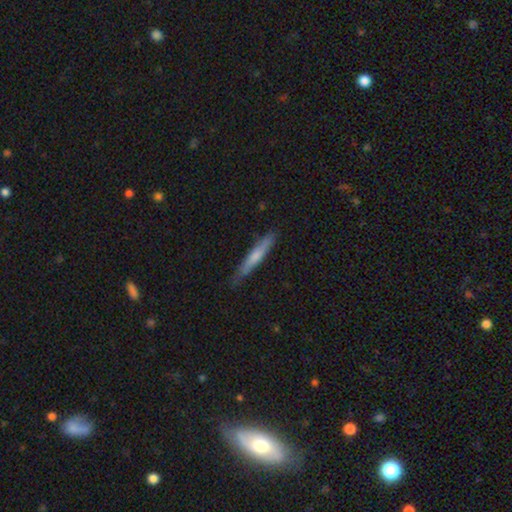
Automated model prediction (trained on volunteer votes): Overall: smooth (63%; featured or disk 32%). How rounded: cigar-shaped (94%). Merging: none (81%).